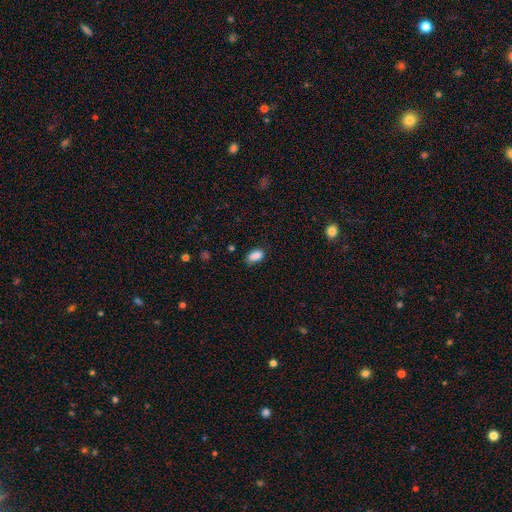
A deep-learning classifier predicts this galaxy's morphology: A smooth galaxy with no disk features (87%) that is in between round and cigar-shaped (89%).

Vote fractions:
- Smooth or featured? smooth: 87% / star or artifact: 9% / featured or disk: 4%
- How rounded? in between: 89% / round: 8% / cigar-shaped: 3%
- Merging? none: 71% / minor disturbance: 23% / major disturbance: 4% / merger: 2%